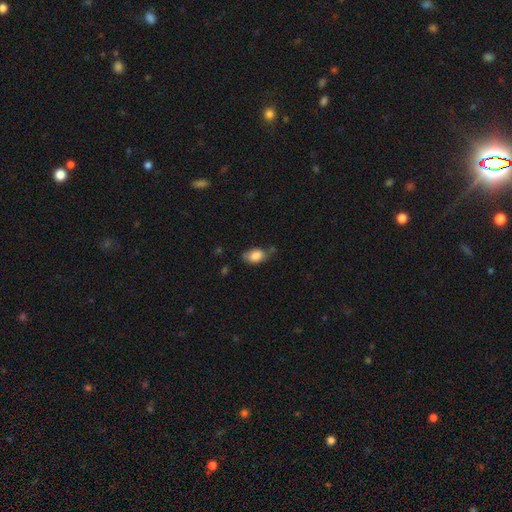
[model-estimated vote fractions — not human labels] Q: Smooth or featured?
A: smooth (84%); runner-up: featured or disk (9%)
Q: How rounded?
A: in between (90%); runner-up: round (8%)
Q: Merging?
A: none (63%); runner-up: minor disturbance (26%)